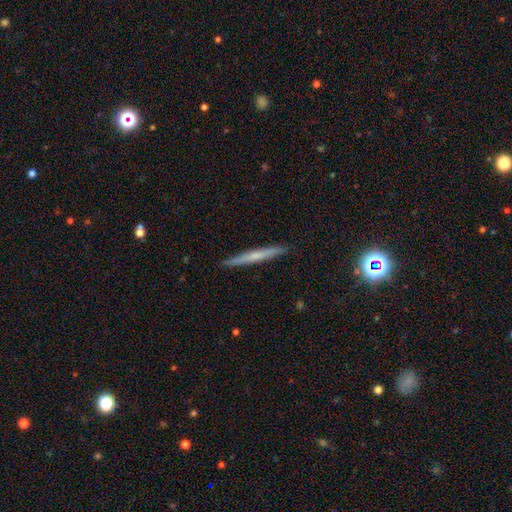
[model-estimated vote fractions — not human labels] Morphology: type=smooth (48%); merging=none (91%).